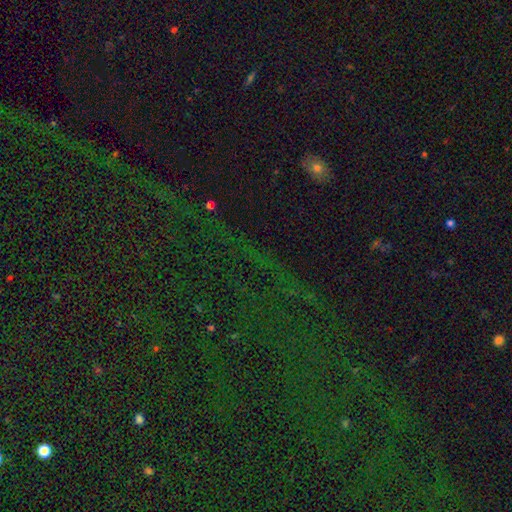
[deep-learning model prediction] star or artifact 79%, smooth 13%, featured or disk 8%.